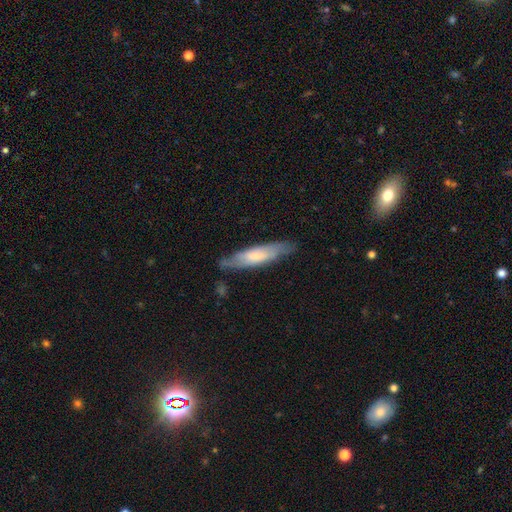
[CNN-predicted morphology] This appears to be a smooth galaxy with no disk features (50%) that is cigar-shaped (75%). Merging: none (78%).